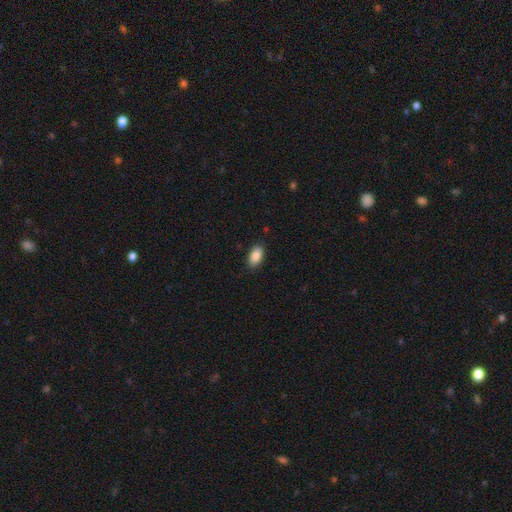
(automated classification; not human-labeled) smooth 88%, star or artifact 7%, featured or disk 5%. Down the decision tree: how rounded — in between (93%); merging — none (87%).